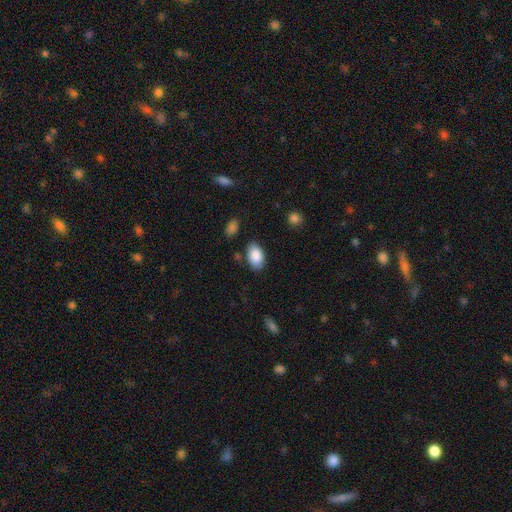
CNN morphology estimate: Q: Smooth or featured?
A: smooth (88%); runner-up: star or artifact (6%)
Q: How rounded?
A: in between (93%); runner-up: round (6%)
Q: Merging?
A: none (82%); runner-up: minor disturbance (12%)